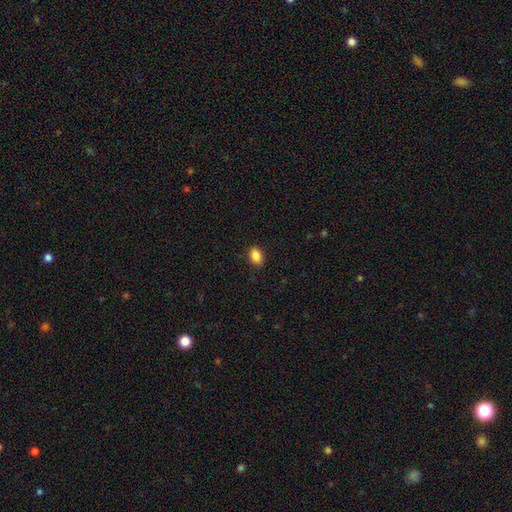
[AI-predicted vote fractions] Morphology: type=smooth (88%); roundness=in between (82%); merging=none (87%).